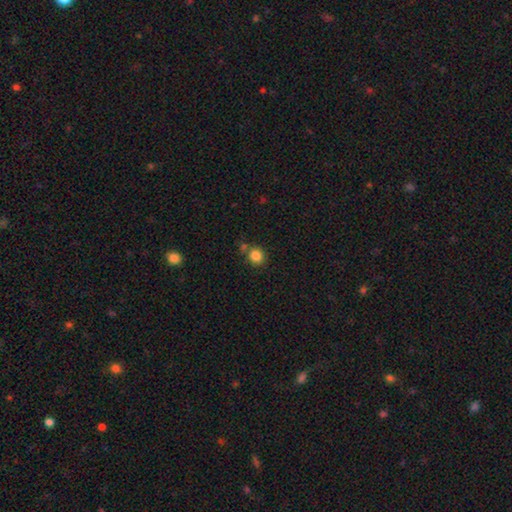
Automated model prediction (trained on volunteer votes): Smooth or featured?
  - smooth: 85% *
  - star or artifact: 11%
  - featured or disk: 5%
How rounded?
  - round: 87% *
  - in between: 12%
  - cigar-shaped: 1%
Merging?
  - none: 72% *
  - merger: 14%
  - minor disturbance: 10%
  - major disturbance: 3%